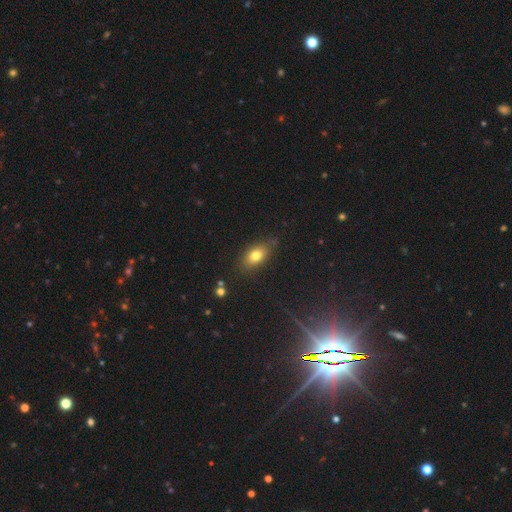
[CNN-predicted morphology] A smooth galaxy with no disk features (76%) that is in between round and cigar-shaped (82%).

Vote fractions:
- Smooth or featured? smooth: 76% / featured or disk: 13% / star or artifact: 11%
- How rounded? in between: 82% / round: 12% / cigar-shaped: 6%
- Merging? none: 77% / minor disturbance: 17% / major disturbance: 4% / merger: 2%